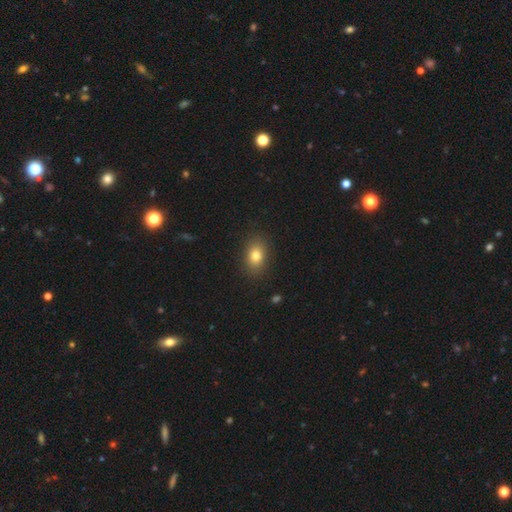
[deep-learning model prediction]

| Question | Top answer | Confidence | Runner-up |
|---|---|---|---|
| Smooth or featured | smooth | 80% | star or artifact (10%) |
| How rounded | in between | 76% | round (22%) |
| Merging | none | 88% | minor disturbance (9%) |